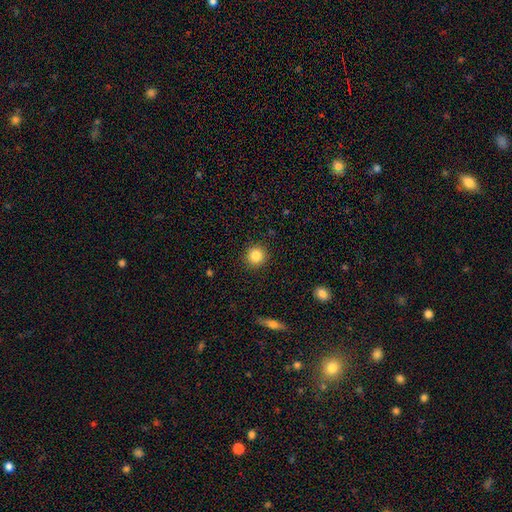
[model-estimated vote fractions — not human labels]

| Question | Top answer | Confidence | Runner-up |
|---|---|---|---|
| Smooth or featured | smooth | 84% | star or artifact (10%) |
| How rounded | round | 93% | in between (6%) |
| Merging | none | 91% | minor disturbance (6%) |